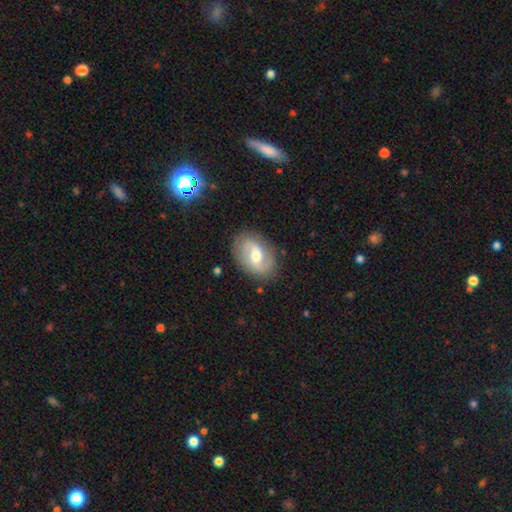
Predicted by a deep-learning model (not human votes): Smooth or featured: featured or disk — 68% (smooth — 25%)
Edge-on disk: no — 96% (yes — 4%)
Bar: weak — 51% (no — 29%)
Spiral arms: yes — 81% (no — 19%)
Spiral winding: medium — 43% (loose — 31%)
Spiral arm count: 2 — 82% (can't tell — 10%)
Bulge size: moderate — 71% (small — 17%)
Merging: none — 82% (minor disturbance — 13%)